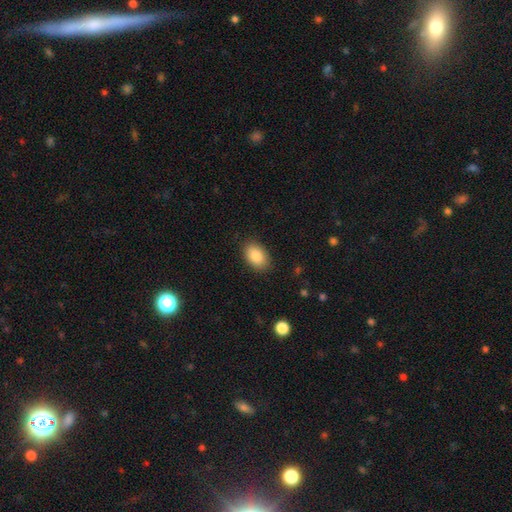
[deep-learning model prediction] Smooth or featured: smooth — 87% (star or artifact — 7%)
How rounded: in between — 88% (round — 11%)
Merging: none — 87% (minor disturbance — 10%)